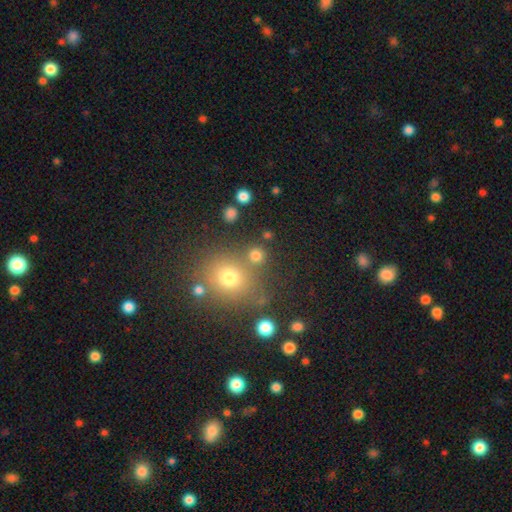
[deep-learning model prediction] Q: Smooth or featured?
A: smooth (77%); runner-up: star or artifact (16%)
Q: How rounded?
A: round (89%); runner-up: in between (10%)
Q: Merging?
A: none (73%); runner-up: merger (15%)